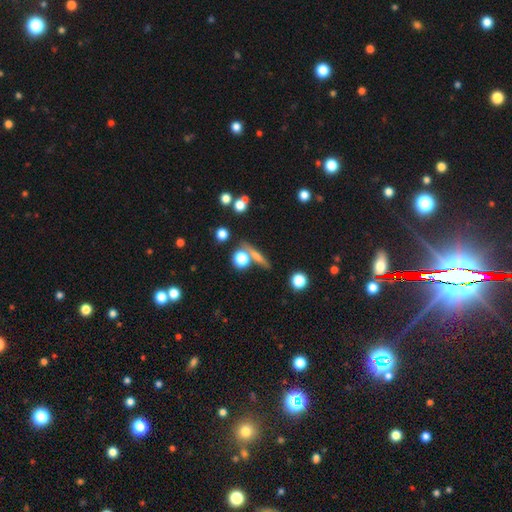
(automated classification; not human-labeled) smooth_or_featured: smooth (p=0.52) [alt: featured or disk p=0.31]
how_rounded: cigar-shaped (p=0.56) [alt: round p=0.26]
merging: none (p=0.73) [alt: merger p=0.12]